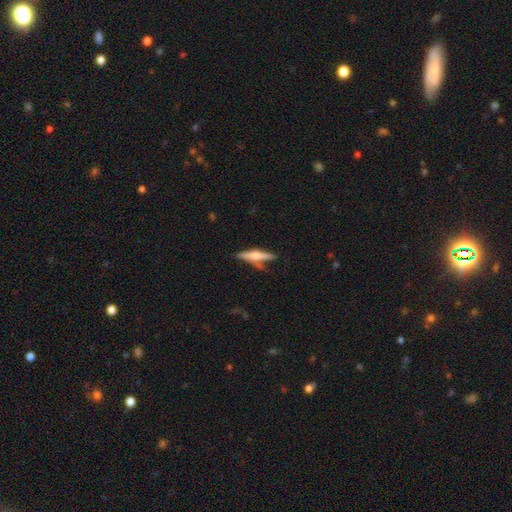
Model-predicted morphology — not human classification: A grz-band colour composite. It shows a featured or disk galaxy (48%). Merging: none (66%).